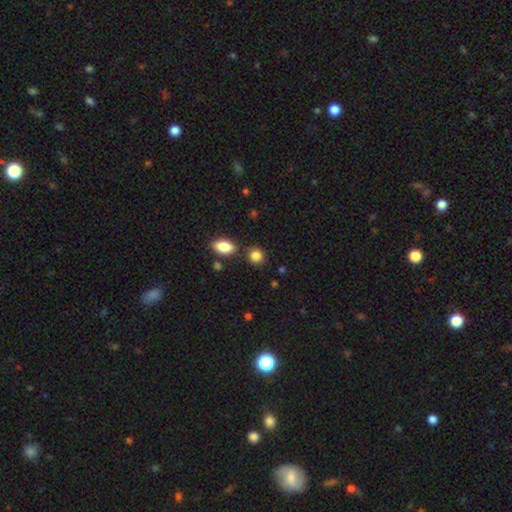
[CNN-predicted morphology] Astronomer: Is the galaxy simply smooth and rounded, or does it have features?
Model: smooth — 86%.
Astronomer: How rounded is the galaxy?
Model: round — 75%.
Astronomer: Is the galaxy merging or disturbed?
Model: none — 79%.